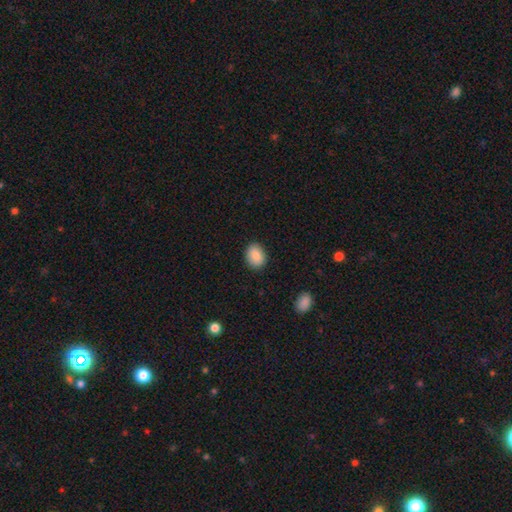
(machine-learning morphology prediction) This appears to be a smooth galaxy with no disk features (89%) that is in between round and cigar-shaped (62%). Merging: none (87%).